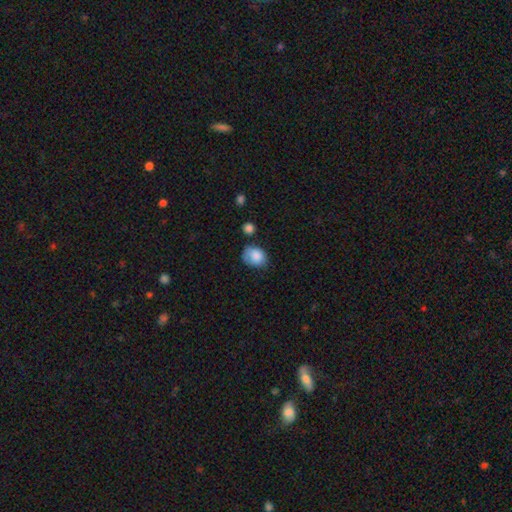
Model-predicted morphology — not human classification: A smooth galaxy with no disk features (83%) that is in between round and cigar-shaped (56%).

Vote fractions:
- Smooth or featured? smooth: 83% / featured or disk: 8% / star or artifact: 8%
- How rounded? in between: 56% / round: 43% / cigar-shaped: 1%
- Merging? none: 49% / minor disturbance: 32% / major disturbance: 10% / merger: 8%